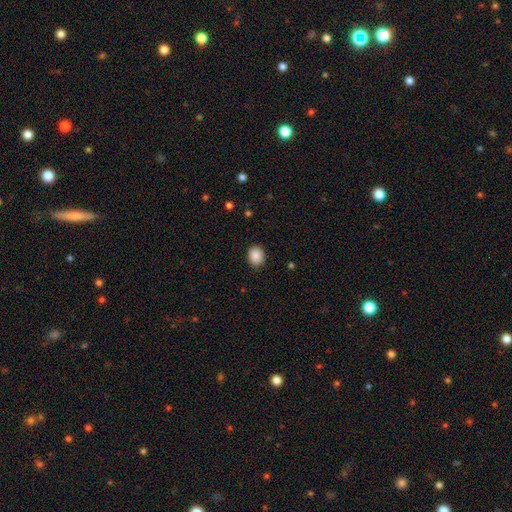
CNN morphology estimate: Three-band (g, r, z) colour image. It shows a smooth galaxy with no disk features (89%) that is round (54%). Merging: none (87%).